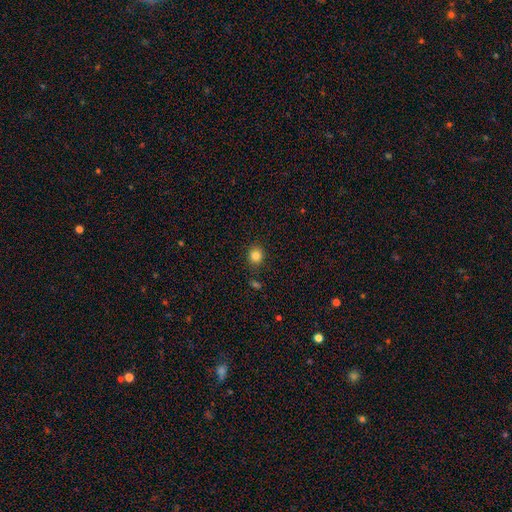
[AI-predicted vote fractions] The model was most divided on "how rounded": round: 79%, in between: 20%, cigar-shaped: 1%. More confident: merging — none (86%); smooth or featured — smooth (83%).